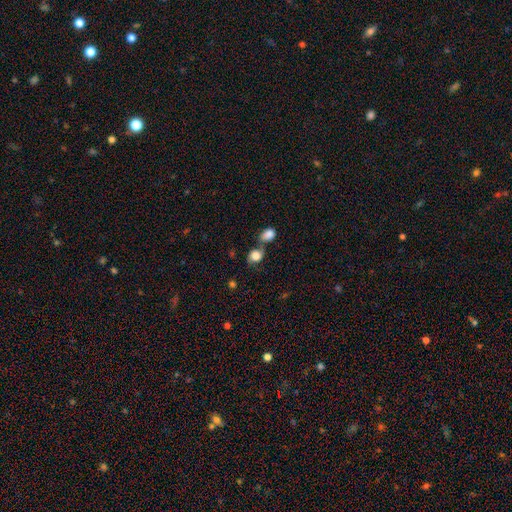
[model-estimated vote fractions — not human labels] A smooth galaxy with no disk features (80%) that is round (58%).

Vote fractions:
- Smooth or featured? smooth: 80% / featured or disk: 11% / star or artifact: 9%
- How rounded? round: 58% / in between: 41% / cigar-shaped: 1%
- Merging? none: 42% / merger: 36% / minor disturbance: 15% / major disturbance: 7%